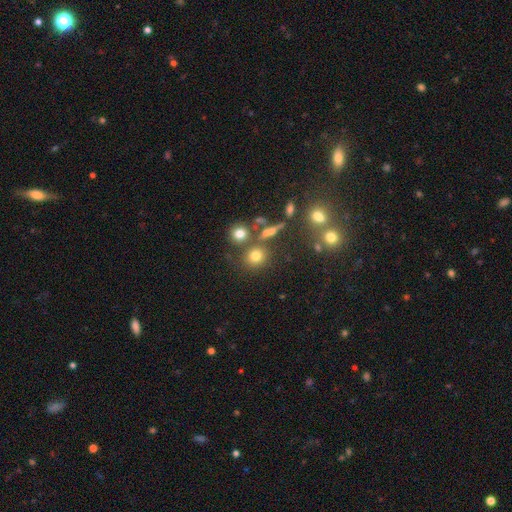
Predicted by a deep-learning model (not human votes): This appears to be a smooth galaxy with no disk features (71%) that is round (83%). Merging: none (70%).